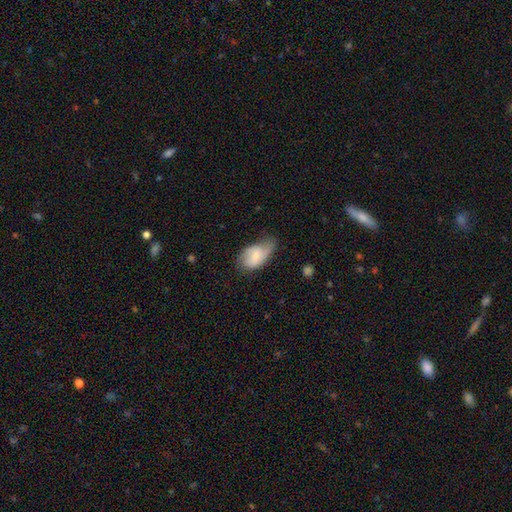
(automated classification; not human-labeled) Q: Smooth or featured?
A: smooth (52%); runner-up: featured or disk (42%)
Q: How rounded?
A: in between (89%); runner-up: round (9%)
Q: Merging?
A: minor disturbance (40%); runner-up: none (39%)